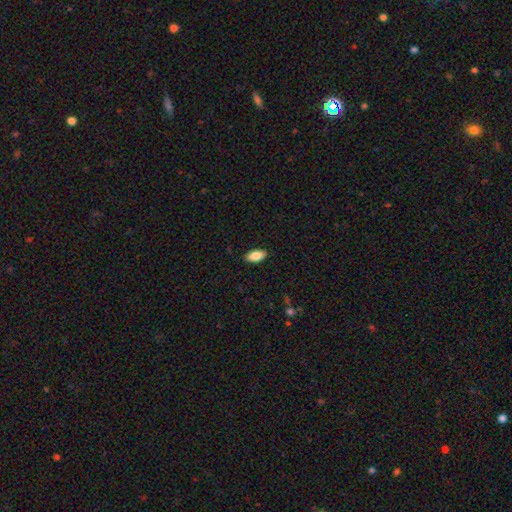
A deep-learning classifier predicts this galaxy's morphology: A smooth galaxy with no disk features (86%) that is in between round and cigar-shaped (91%). Merging: none (89%).